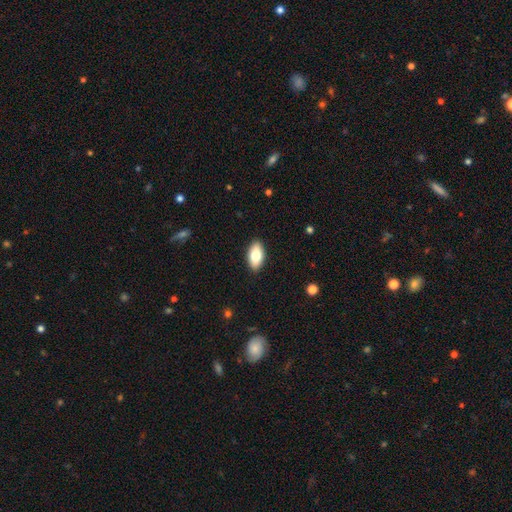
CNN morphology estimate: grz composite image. It shows a smooth galaxy with no disk features (79%) that is in between round and cigar-shaped (93%). Merging: none (90%).